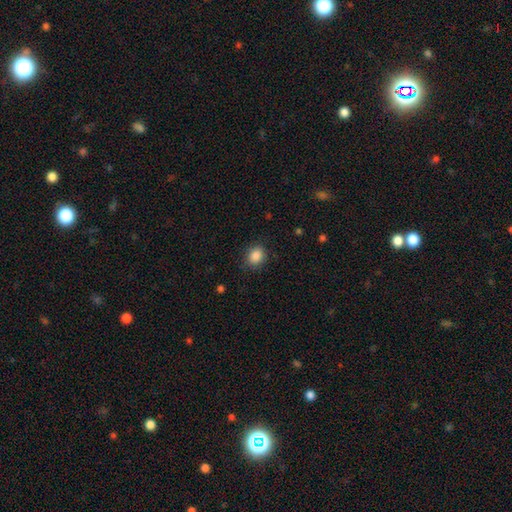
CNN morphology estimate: Overall: smooth (87%). How rounded: round (61%; in between 38%). Merging: none (85%).